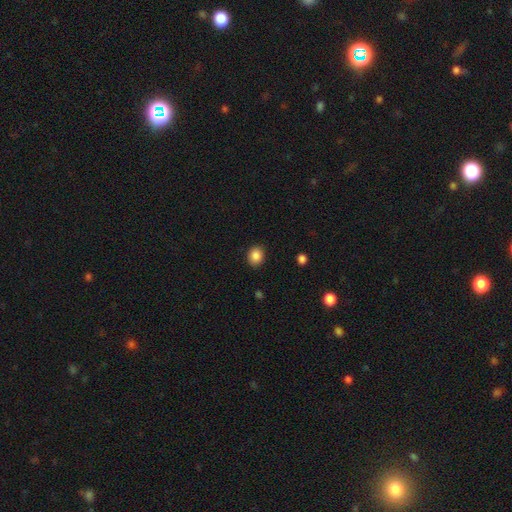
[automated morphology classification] type=smooth (87%); roundness=round (62%); merging=none (89%).